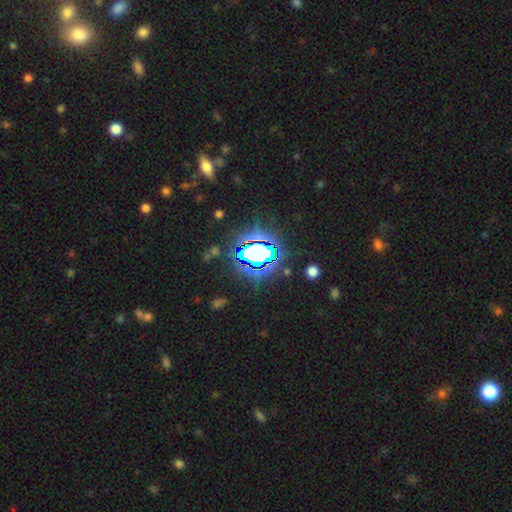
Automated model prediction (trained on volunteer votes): Smooth or featured: star or artifact — 70% (smooth — 18%)